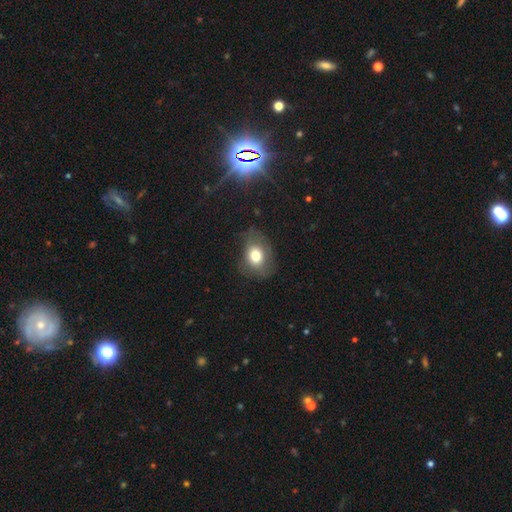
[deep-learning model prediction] Q: Smooth or featured?
A: smooth (73%); runner-up: featured or disk (17%)
Q: How rounded?
A: in between (62%); runner-up: round (37%)
Q: Merging?
A: none (62%); runner-up: minor disturbance (25%)